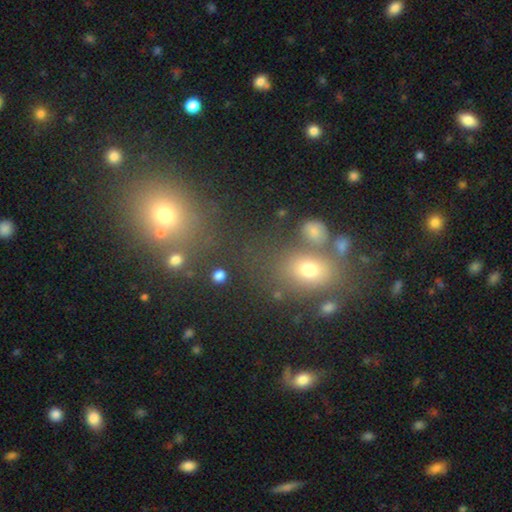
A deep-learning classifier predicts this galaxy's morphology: Q: Smooth or featured?
A: smooth (55%); runner-up: star or artifact (32%)
Q: How rounded?
A: in between (51%); runner-up: round (46%)
Q: Merging?
A: none (67%); runner-up: merger (17%)